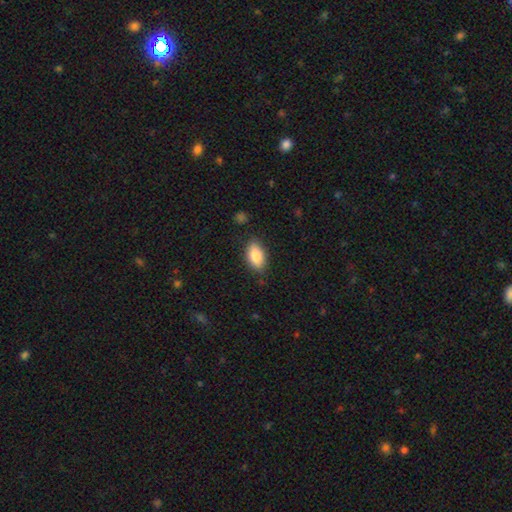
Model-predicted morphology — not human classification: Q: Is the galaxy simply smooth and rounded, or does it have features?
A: smooth — 83%.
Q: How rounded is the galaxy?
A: in between — 90%.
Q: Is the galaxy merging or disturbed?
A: none — 82%.